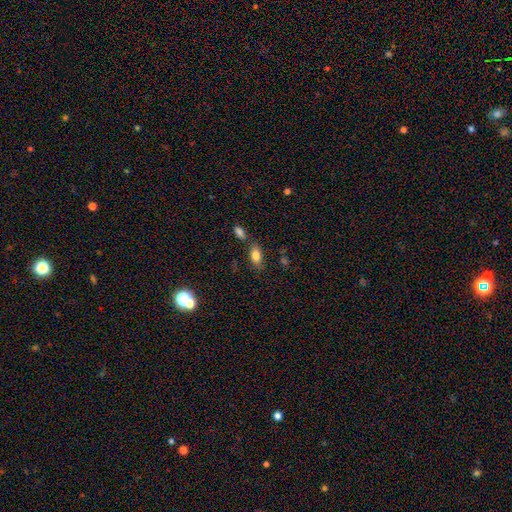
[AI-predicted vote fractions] Smooth or featured: smooth — 79% (featured or disk — 12%)
How rounded: in between — 88% (cigar-shaped — 7%)
Merging: none — 72% (minor disturbance — 14%)